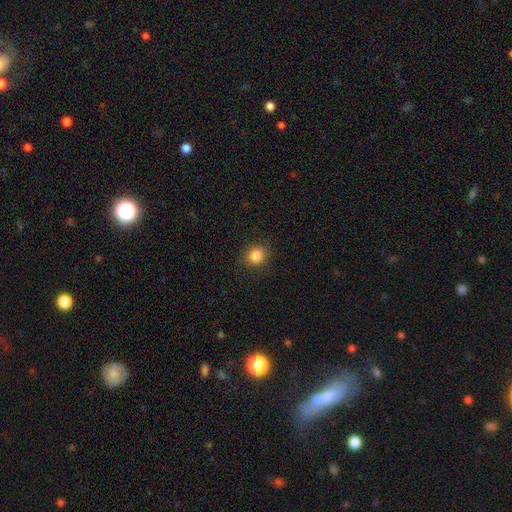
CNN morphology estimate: smooth_or_featured: smooth (p=0.84) [alt: star or artifact p=0.11]
how_rounded: round (p=0.87) [alt: in between p=0.12]
merging: none (p=0.89) [alt: minor disturbance p=0.07]